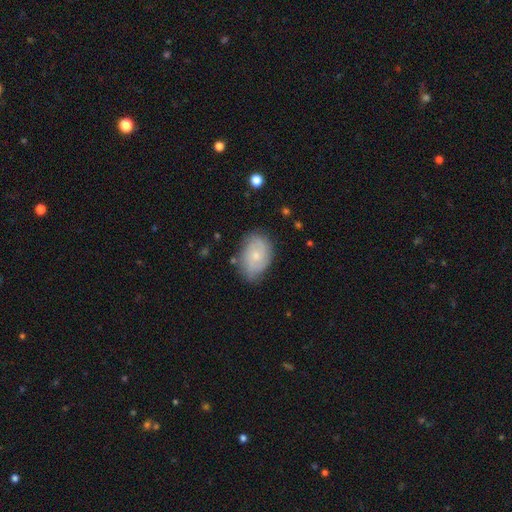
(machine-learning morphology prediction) Smooth or featured? Predicted: smooth (p=0.48). Merging? Predicted: none (p=0.69).